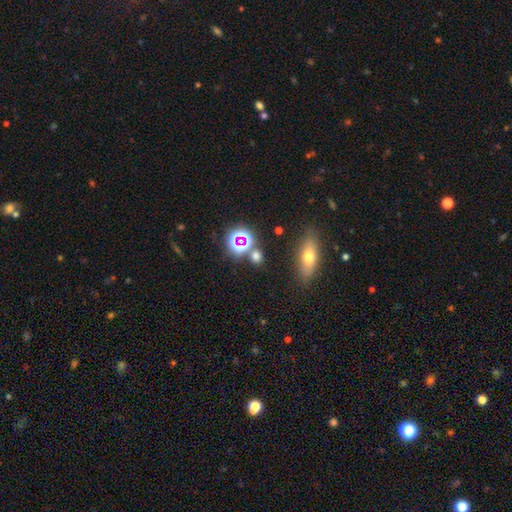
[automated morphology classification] smooth_or_featured: smooth (p=0.57) [alt: star or artifact p=0.35]
how_rounded: round (p=0.74) [alt: in between p=0.22]
merging: none (p=0.76) [alt: merger p=0.11]